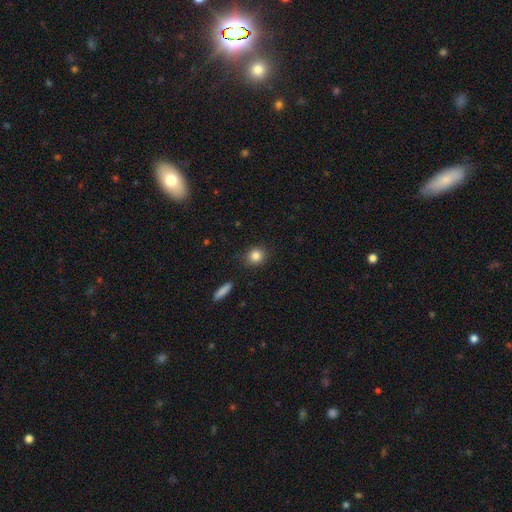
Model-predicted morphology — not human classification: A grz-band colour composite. It shows a smooth galaxy with no disk features (84%) that is round (81%). Merging: none (86%).